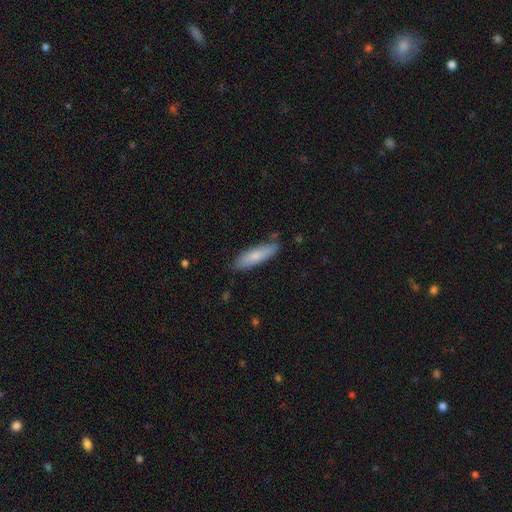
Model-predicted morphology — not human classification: A smooth galaxy with no disk features (78%) that is cigar-shaped (63%). Merging: none (80%).